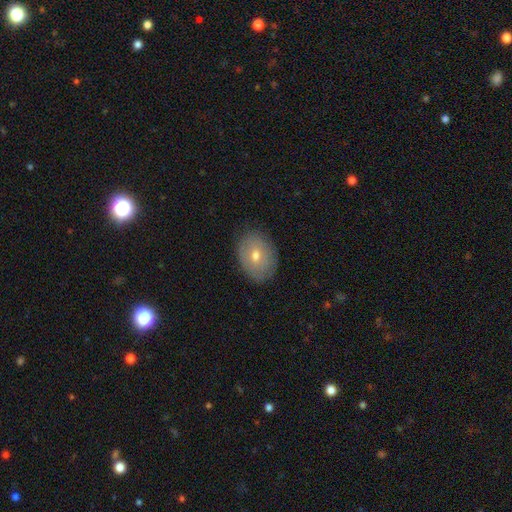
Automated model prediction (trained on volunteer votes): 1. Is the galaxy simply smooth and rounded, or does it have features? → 57% smooth, 35% featured or disk, 9% star or artifact.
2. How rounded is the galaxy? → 69% in between, 30% round, 1% cigar-shaped.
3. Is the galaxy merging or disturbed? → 84% none, 12% minor disturbance, 3% major disturbance, 1% merger.